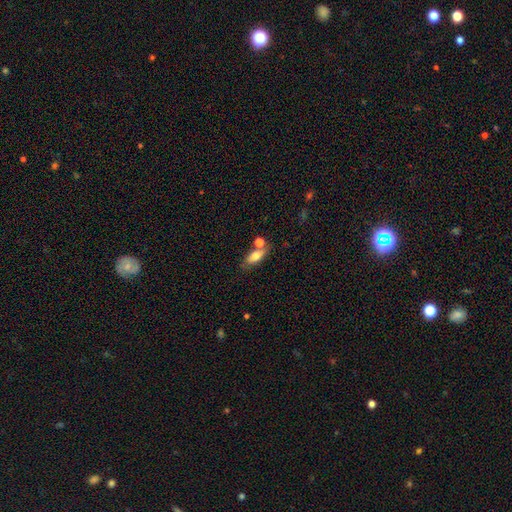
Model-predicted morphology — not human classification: This appears to be a smooth galaxy with no disk features (72%) that is in between round and cigar-shaped (75%). Merging: none (60%).